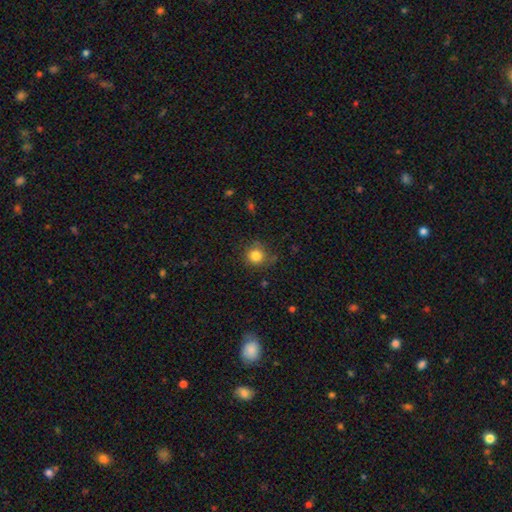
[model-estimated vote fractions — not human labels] Smooth or featured: smooth — 83% (star or artifact — 11%)
How rounded: round — 90% (in between — 9%)
Merging: none — 73% (minor disturbance — 19%)